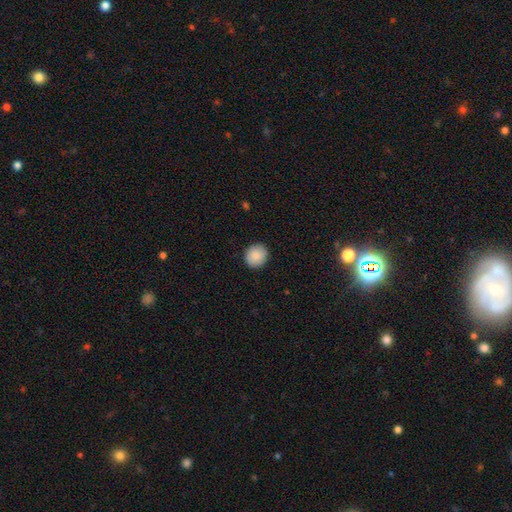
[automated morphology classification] type=smooth (89%); roundness=round (82%); merging=none (91%).